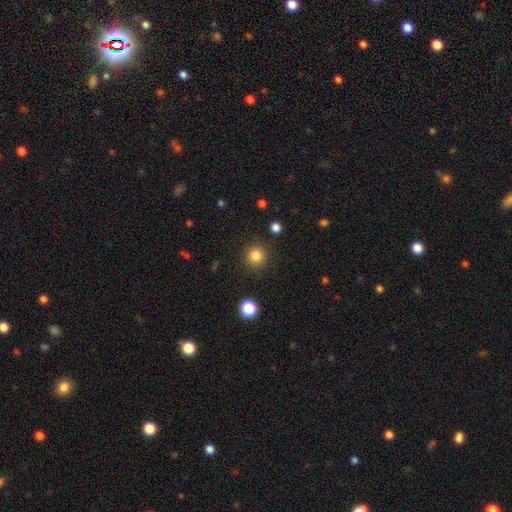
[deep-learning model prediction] This is clearly a smooth galaxy (84%). How rounded: clearly round (94%). Merging: clearly none (90%).